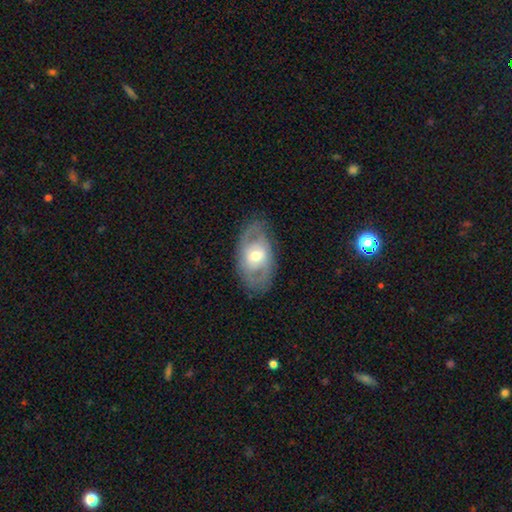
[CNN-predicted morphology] smooth-or-featured: featured or disk: 63% | smooth: 31% | star or artifact: 6%
  disk-edge-on: no: 90% | yes: 10%
    bar: no: 60% | weak: 30% | strong: 10%
    has-spiral-arms: yes: 59% | no: 41%
    bulge-size: moderate: 65% | small: 25% | large: 8% | dominant: 1% | none: 1%
  merging: none: 77% | minor disturbance: 15% | major disturbance: 6% | merger: 1%